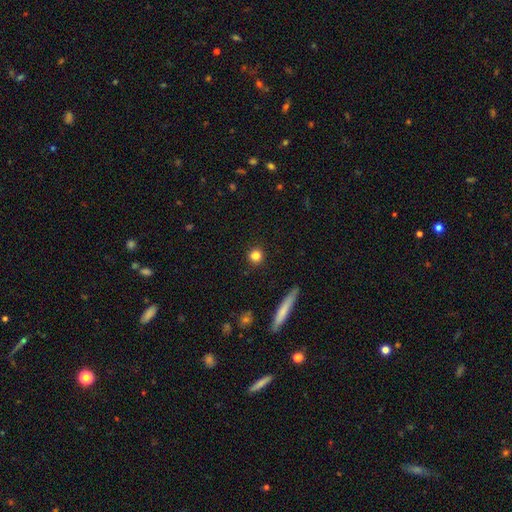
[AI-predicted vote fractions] The model was most divided on "smooth or featured": smooth: 82%, star or artifact: 11%, featured or disk: 7%. More confident: merging — none (91%); how rounded — round (90%).